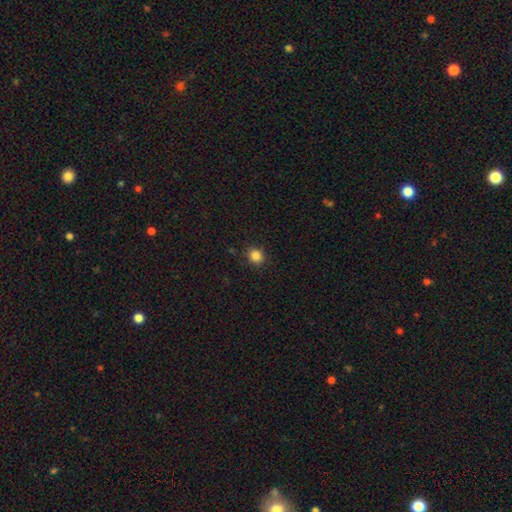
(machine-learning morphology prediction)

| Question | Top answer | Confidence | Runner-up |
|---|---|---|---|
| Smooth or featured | smooth | 85% | star or artifact (12%) |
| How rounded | round | 82% | in between (17%) |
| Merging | none | 89% | minor disturbance (8%) |